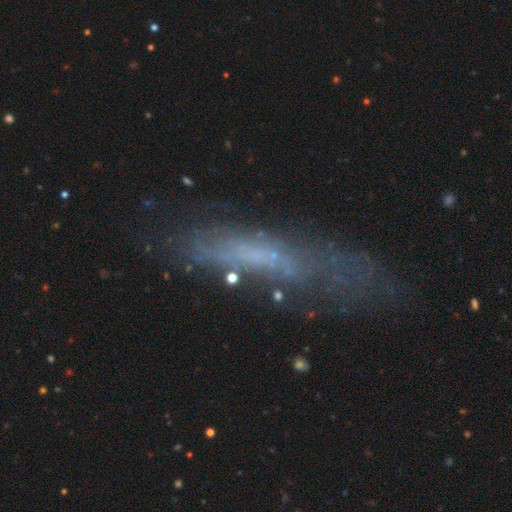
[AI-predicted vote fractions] Overall: featured or disk (49%; smooth 36%). Merging: none (56%; minor disturbance 23%).